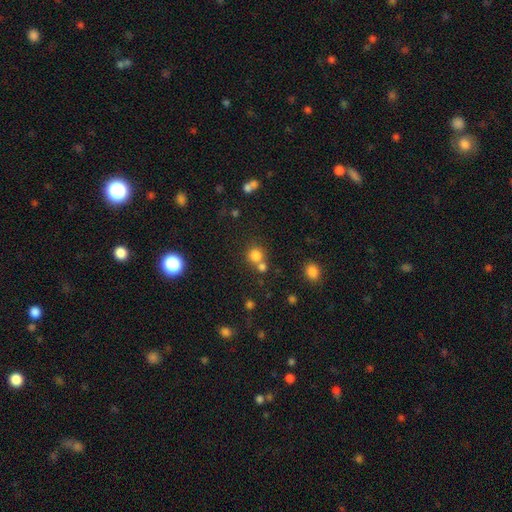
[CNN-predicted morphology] A smooth galaxy with no disk features (78%) that is round (89%). Merging: none (57%).